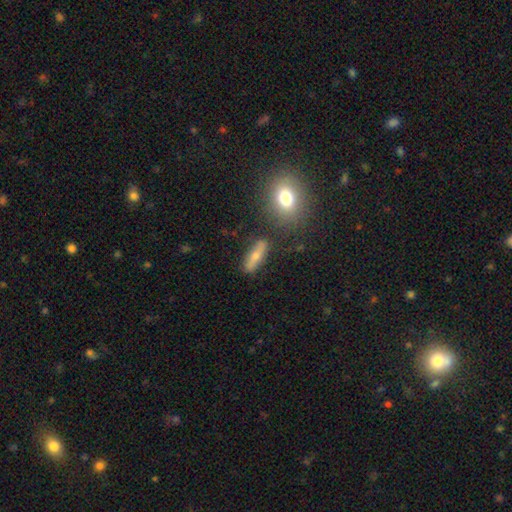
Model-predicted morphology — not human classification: Smooth or featured: smooth — 58% (featured or disk — 33%)
How rounded: cigar-shaped — 59% (in between — 34%)
Merging: none — 78% (minor disturbance — 13%)